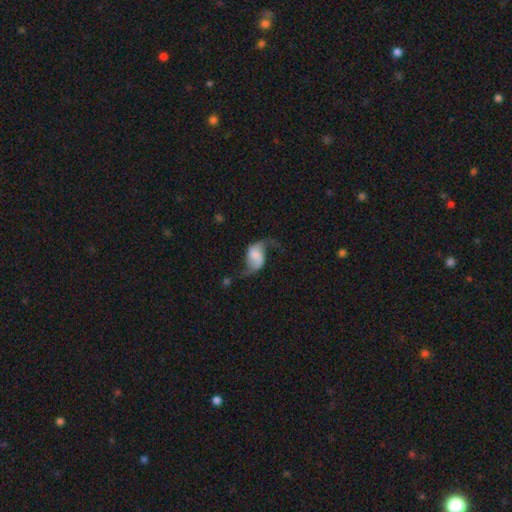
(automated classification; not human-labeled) Overall: featured or disk (77%). Edge-on disk: no (97%). Bar: no (48%; weak 37%). Spiral arms: yes (94%). Spiral arm count: 2 (92%). Spiral winding: loose (86%). Bulge size: none (42%; small 18%). Merging: none (58%; minor disturbance 20%).